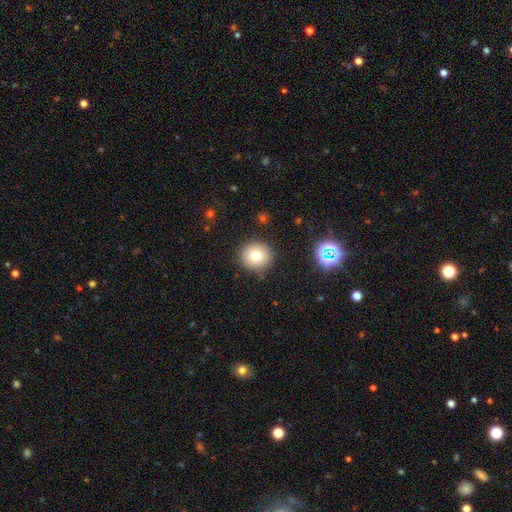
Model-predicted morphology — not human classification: A smooth galaxy with no disk features (77%) that is round (92%).

Vote fractions:
- Smooth or featured? smooth: 77% / star or artifact: 12% / featured or disk: 11%
- How rounded? round: 92% / in between: 7% / cigar-shaped: 1%
- Merging? none: 88% / minor disturbance: 8% / major disturbance: 2% / merger: 2%